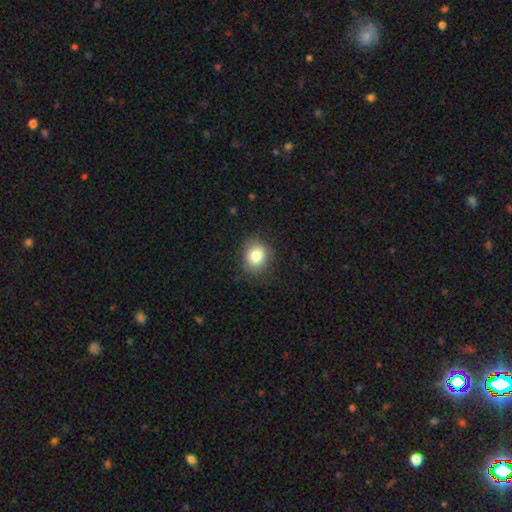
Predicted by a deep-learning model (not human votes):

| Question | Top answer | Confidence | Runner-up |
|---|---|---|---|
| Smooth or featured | smooth | 82% | star or artifact (10%) |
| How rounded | round | 69% | in between (30%) |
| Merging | none | 84% | minor disturbance (12%) |